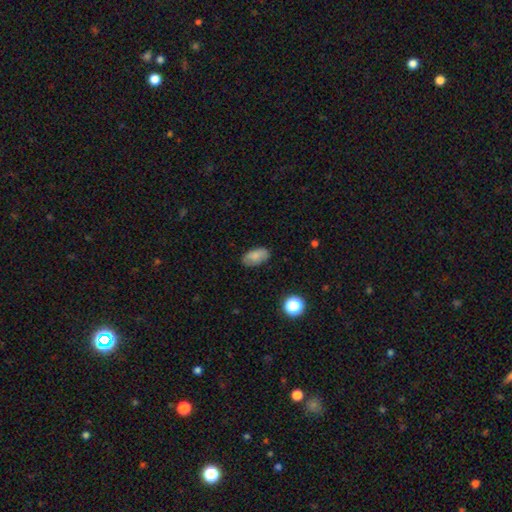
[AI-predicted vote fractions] The model was most divided on "merging": none: 81%, minor disturbance: 15%, major disturbance: 3%, merger: 1%. More confident: how rounded — in between (92%); smooth or featured — smooth (80%).